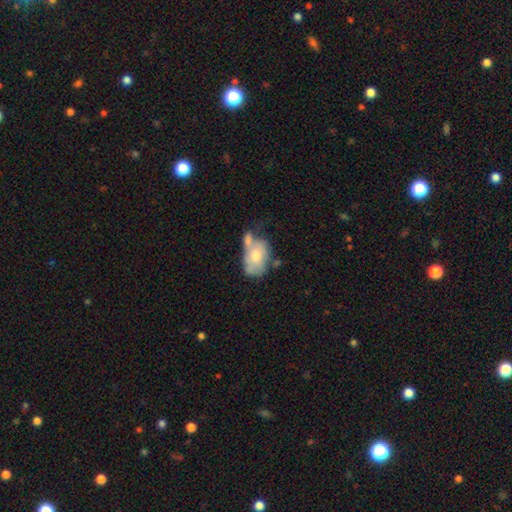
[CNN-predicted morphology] smooth 58%, featured or disk 36%, star or artifact 6%. Down the decision tree: how rounded — in between (86%); merging — merger (38%).